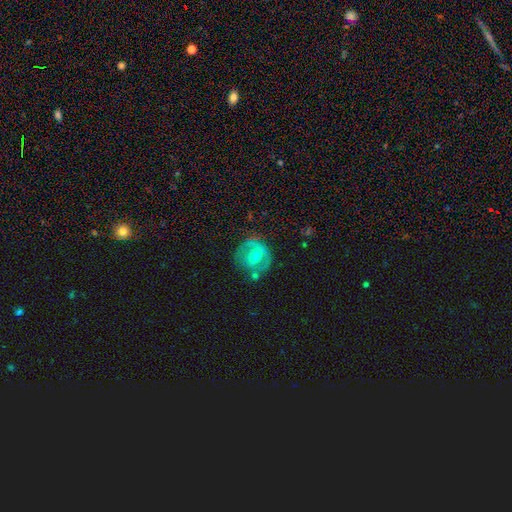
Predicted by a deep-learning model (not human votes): A featured or disk galaxy (54%) with a weak bar (43%), no spiral arms (53%) and a moderate central bulge (63%).

Vote fractions:
- Smooth or featured? featured or disk: 54% / smooth: 38% / star or artifact: 7%
- Edge-on disk? no: 95% / yes: 5%
- Bar? weak: 43% / no: 38% / strong: 20%
- Spiral arms? no: 53% / yes: 47%
- Bulge size? moderate: 63% / small: 30% / large: 4% / none: 2% / dominant: 1%
- Merging? none: 57% / minor disturbance: 23% / major disturbance: 11% / merger: 8%